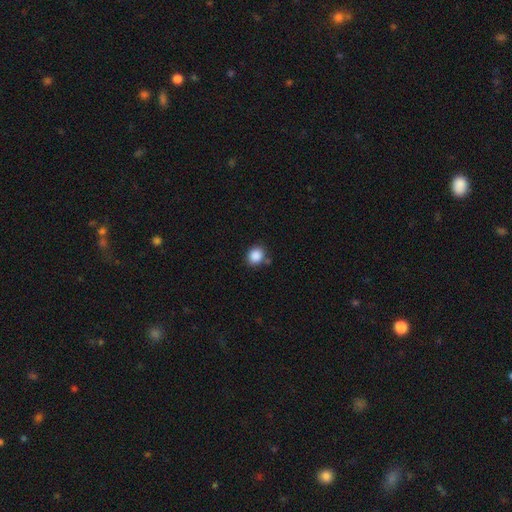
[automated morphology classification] type=smooth (87%); roundness=round (73%); merging=none (78%).